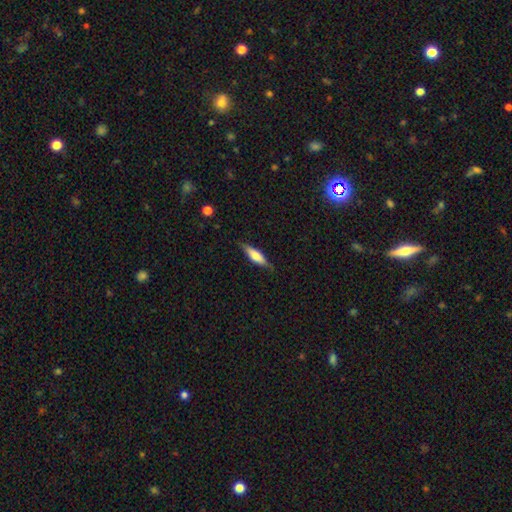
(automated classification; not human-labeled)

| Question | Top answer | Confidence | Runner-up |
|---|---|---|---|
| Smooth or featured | smooth | 52% | featured or disk (41%) |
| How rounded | cigar-shaped | 63% | in between (35%) |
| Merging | none | 82% | minor disturbance (14%) |